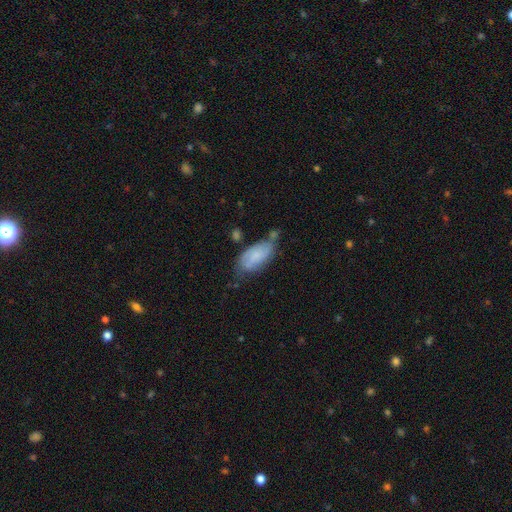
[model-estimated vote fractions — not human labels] Smooth or featured? Predicted: smooth (p=0.68). How rounded? Predicted: in between (p=0.89). Merging? Predicted: none (p=0.45).